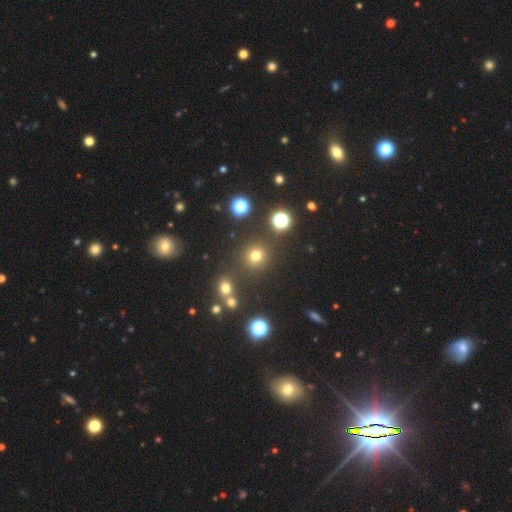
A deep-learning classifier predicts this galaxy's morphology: Overall: smooth (69%). How rounded: round (91%). Merging: none (84%).